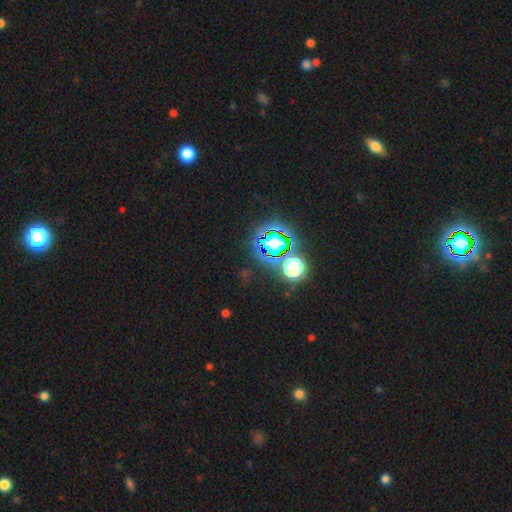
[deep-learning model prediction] smooth_or_featured: star or artifact (p=0.80) [alt: smooth p=0.13]